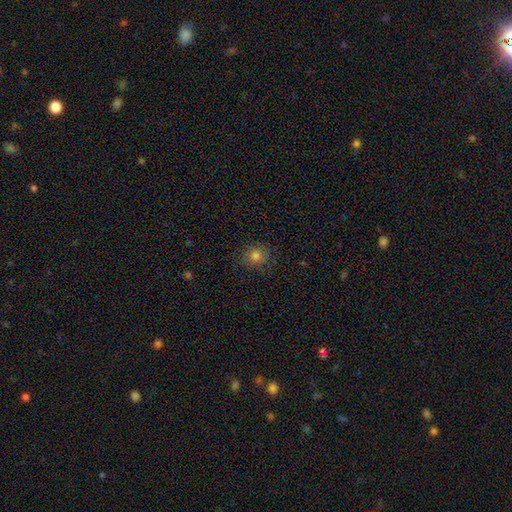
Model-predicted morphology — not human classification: A smooth galaxy with no disk features (79%) that is round (82%). Merging: none (81%).